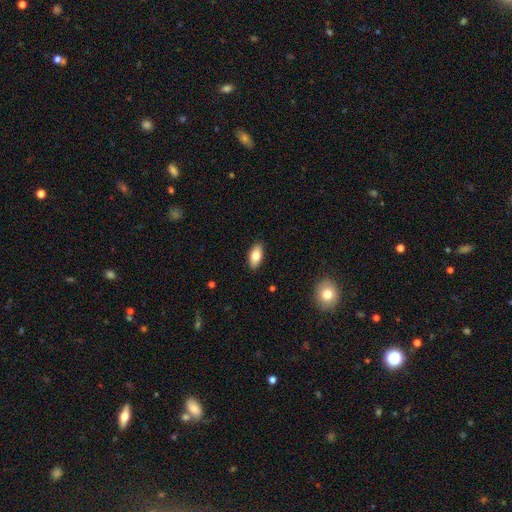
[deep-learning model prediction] The model was most divided on "smooth or featured": smooth: 80%, featured or disk: 13%, star or artifact: 7%. More confident: how rounded — in between (91%); merging — none (89%).